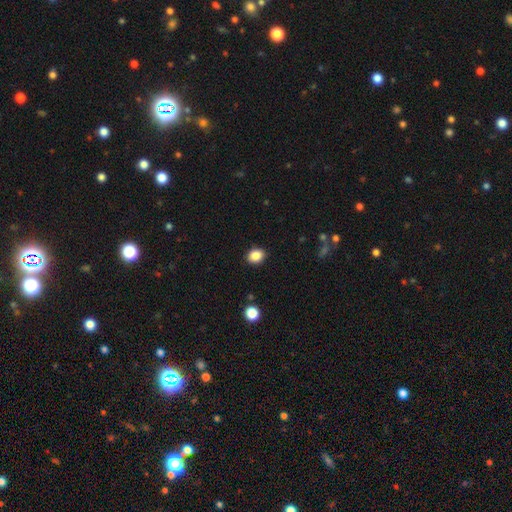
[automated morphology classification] A smooth galaxy with no disk features (87%) that is in between round and cigar-shaped (50%).

Vote fractions:
- Smooth or featured? smooth: 87% / star or artifact: 10% / featured or disk: 4%
- How rounded? in between: 50% / round: 49% / cigar-shaped: 1%
- Merging? none: 89% / minor disturbance: 7% / major disturbance: 2% / merger: 1%